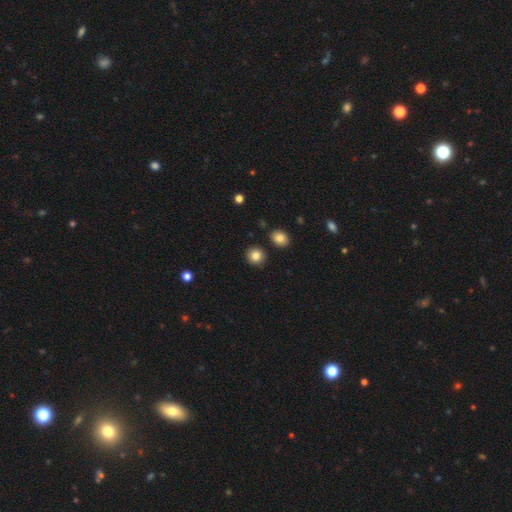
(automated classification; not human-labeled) Smooth or featured? smooth (85%)
How rounded? round (88%)
Merging? none (89%)